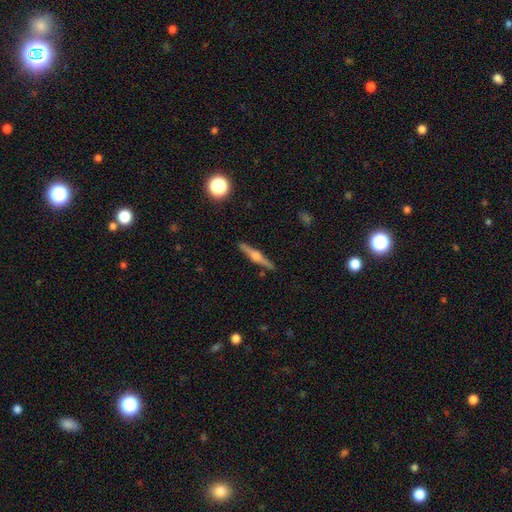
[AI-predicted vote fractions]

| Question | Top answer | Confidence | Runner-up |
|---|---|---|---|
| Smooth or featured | featured or disk | 77% | smooth (16%) |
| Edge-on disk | yes | 98% | no (2%) |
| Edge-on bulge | rounded | 89% | boxy (7%) |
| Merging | none | 91% | minor disturbance (6%) |